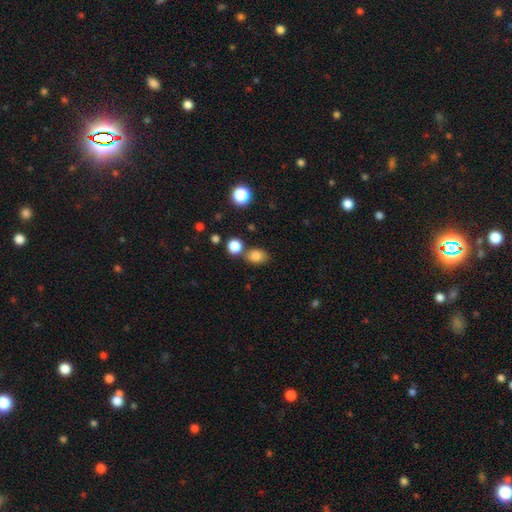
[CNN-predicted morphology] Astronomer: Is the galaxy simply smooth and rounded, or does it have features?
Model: smooth — 82%.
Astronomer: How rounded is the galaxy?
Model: in between — 62% (runner-up: round, 37%).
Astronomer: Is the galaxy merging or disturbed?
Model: none — 67%.